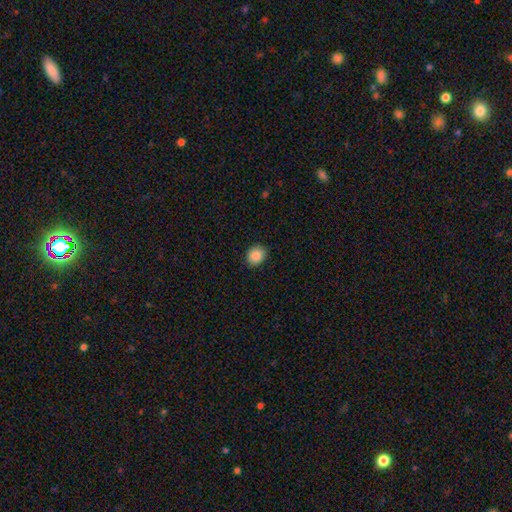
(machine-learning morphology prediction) smooth_or_featured: smooth (p=0.87) [alt: star or artifact p=0.08]
how_rounded: round (p=0.62) [alt: in between p=0.37]
merging: none (p=0.87) [alt: minor disturbance p=0.10]